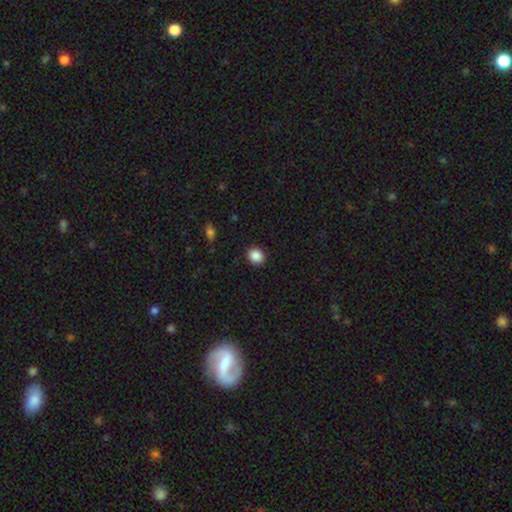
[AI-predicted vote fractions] The model was most divided on "how rounded": round: 78%, in between: 21%, cigar-shaped: 1%. More confident: merging — none (91%); smooth or featured — smooth (88%).